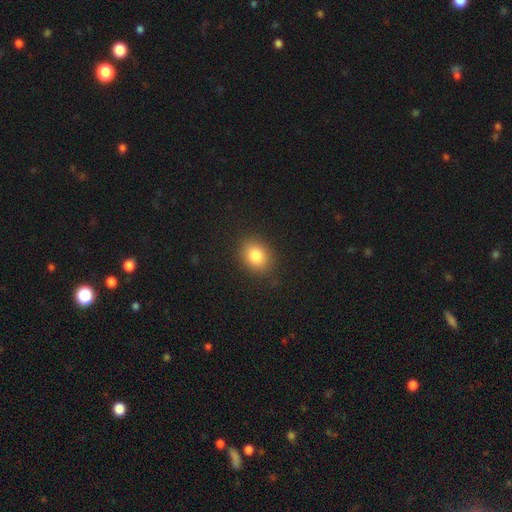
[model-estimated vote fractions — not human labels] A smooth galaxy with no disk features (83%) that is in between round and cigar-shaped (50%).

Vote fractions:
- Smooth or featured? smooth: 83% / star or artifact: 10% / featured or disk: 7%
- How rounded? in between: 50% / round: 49% / cigar-shaped: 1%
- Merging? none: 87% / minor disturbance: 9% / major disturbance: 3% / merger: 1%